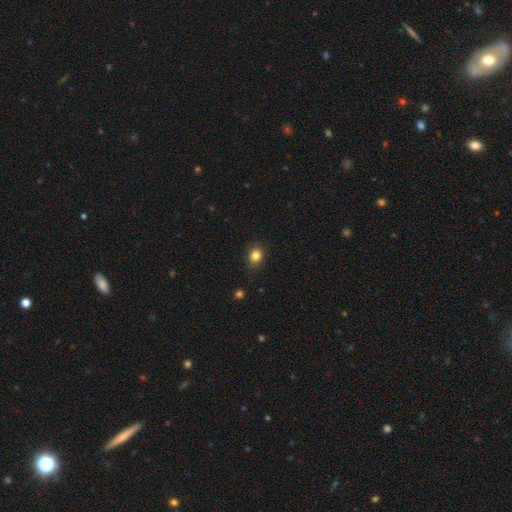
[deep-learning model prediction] Morphology: type=smooth (82%); roundness=round (60%); merging=none (84%).